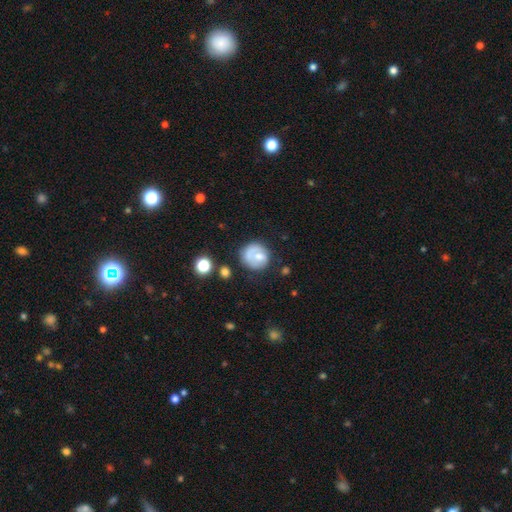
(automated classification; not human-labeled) Morphology: type=smooth (57%); roundness=round (86%); merging=none (60%).